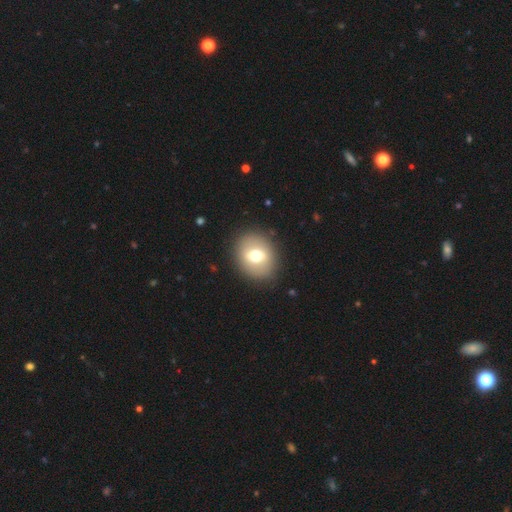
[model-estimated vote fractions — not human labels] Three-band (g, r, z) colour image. It shows a smooth galaxy with no disk features (61%) that is round (67%). Merging: none (88%).